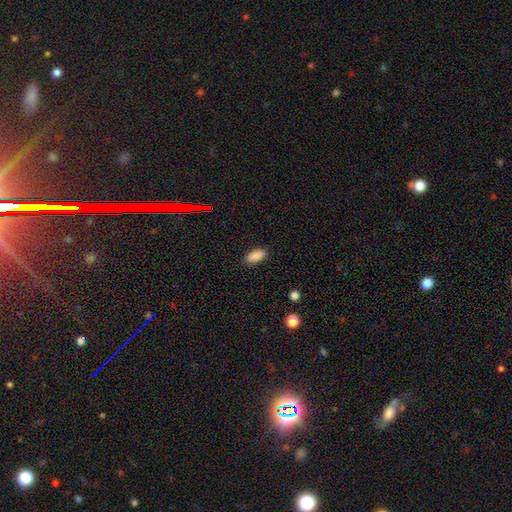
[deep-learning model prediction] A smooth galaxy with no disk features (88%) that is in between round and cigar-shaped (88%).

Vote fractions:
- Smooth or featured? smooth: 88% / star or artifact: 8% / featured or disk: 4%
- How rounded? in between: 88% / cigar-shaped: 9% / round: 3%
- Merging? none: 88% / minor disturbance: 9% / major disturbance: 2% / merger: 1%